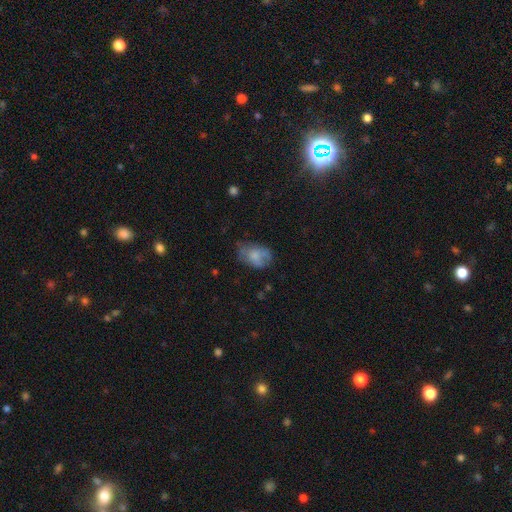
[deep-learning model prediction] Q: Smooth or featured?
A: smooth (63%); runner-up: featured or disk (27%)
Q: How rounded?
A: in between (80%); runner-up: round (18%)
Q: Merging?
A: none (43%); runner-up: minor disturbance (32%)